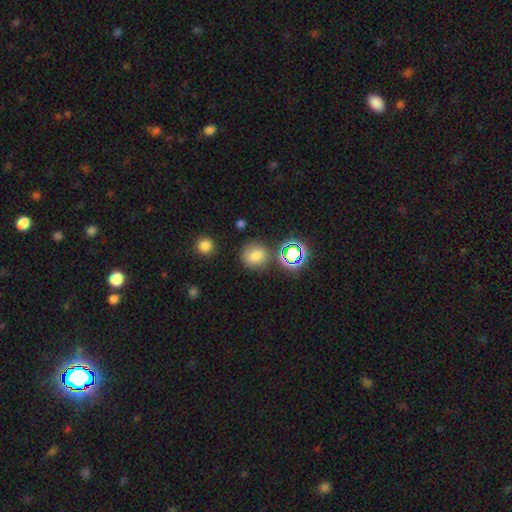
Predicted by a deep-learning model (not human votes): A smooth galaxy with no disk features (73%) that is round (82%).

Vote fractions:
- Smooth or featured? smooth: 73% / star or artifact: 20% / featured or disk: 7%
- How rounded? round: 82% / in between: 17% / cigar-shaped: 1%
- Merging? none: 79% / minor disturbance: 11% / merger: 6% / major disturbance: 4%